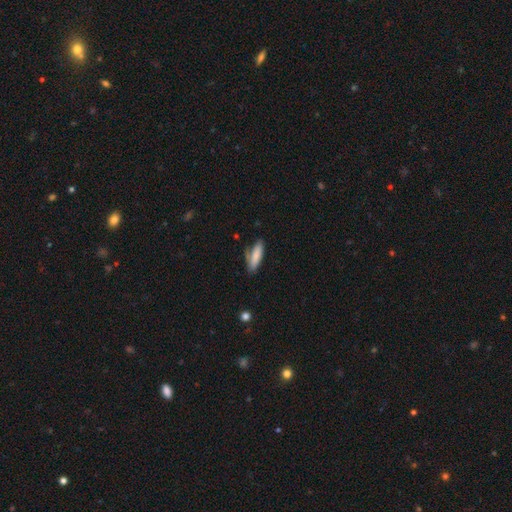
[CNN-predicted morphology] A smooth galaxy with no disk features (80%) that is cigar-shaped (57%). Merging: none (66%).